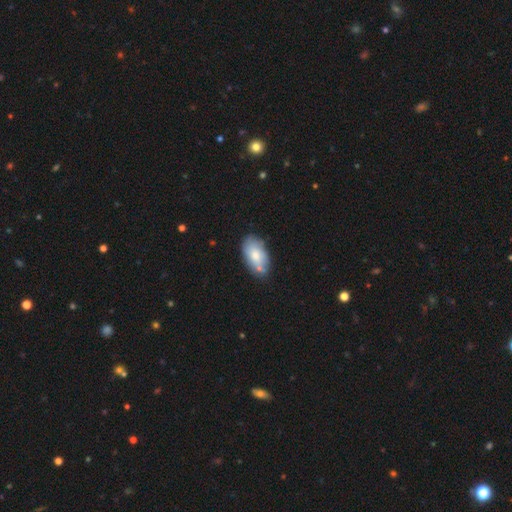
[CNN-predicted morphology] Smooth or featured: smooth — 73% (featured or disk — 21%)
How rounded: in between — 94% (round — 4%)
Merging: none — 67% (minor disturbance — 20%)